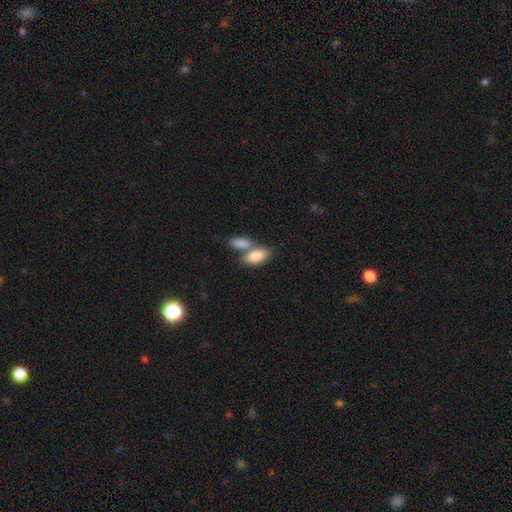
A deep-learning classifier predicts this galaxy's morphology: Smooth or featured? smooth (83%)
How rounded? in between (90%)
Merging? merger (51%)